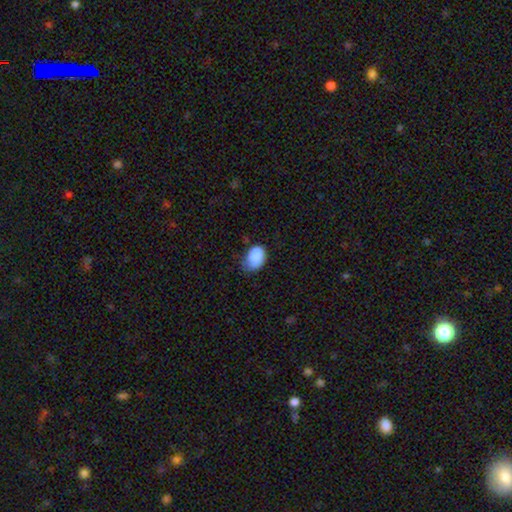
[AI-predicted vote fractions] Smooth or featured? Predicted: smooth (p=0.85). How rounded? Predicted: in between (p=0.79). Merging? Predicted: none (p=0.42).